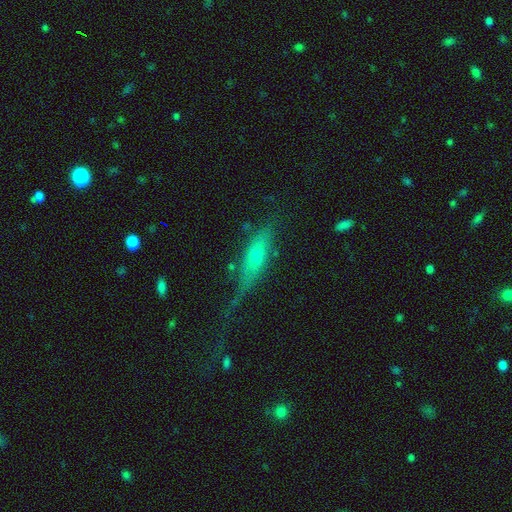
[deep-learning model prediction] Smooth or featured? featured or disk (48%)
Merging? none (44%)